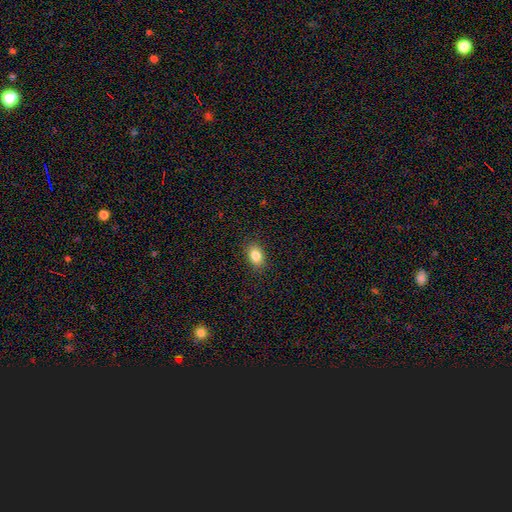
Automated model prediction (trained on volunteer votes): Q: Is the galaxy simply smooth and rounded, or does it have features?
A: smooth — 85%.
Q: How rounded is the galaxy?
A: in between — 85%.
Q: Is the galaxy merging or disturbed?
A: none — 88%.